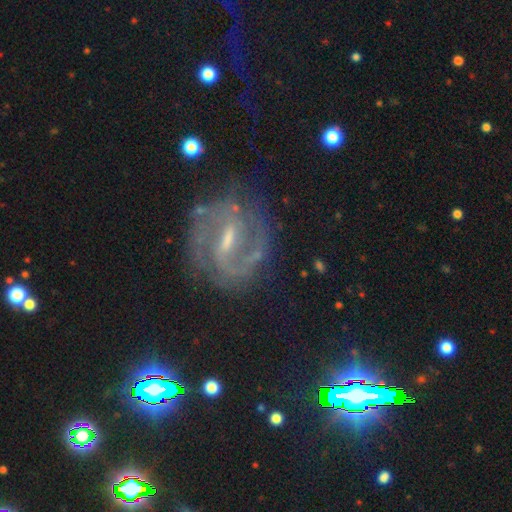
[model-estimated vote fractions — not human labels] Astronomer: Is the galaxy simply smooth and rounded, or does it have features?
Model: featured or disk — 84%.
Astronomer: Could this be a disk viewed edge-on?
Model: no — 96%.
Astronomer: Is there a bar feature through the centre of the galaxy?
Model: strong — 50% (runner-up: weak, 41%).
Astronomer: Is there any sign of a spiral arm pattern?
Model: yes — 95%.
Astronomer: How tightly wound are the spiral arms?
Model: medium — 50% (runner-up: tight, 35%).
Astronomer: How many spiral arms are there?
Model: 2 — 78%.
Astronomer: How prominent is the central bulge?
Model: small — 51% (runner-up: moderate, 29%).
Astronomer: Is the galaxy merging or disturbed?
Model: none — 75%.